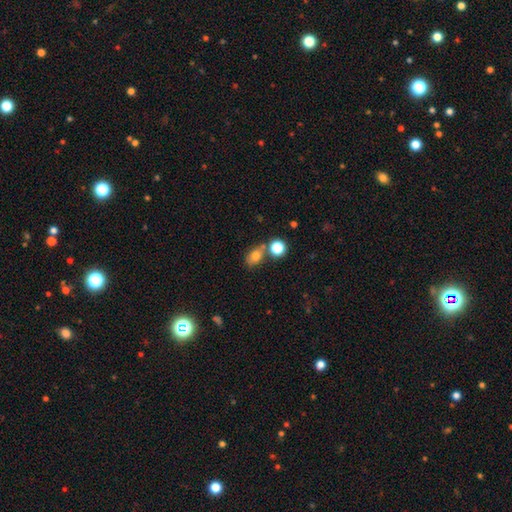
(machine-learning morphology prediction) smooth 75%, star or artifact 13%, featured or disk 11%. Down the decision tree: how rounded — in between (71%); merging — none (58%).